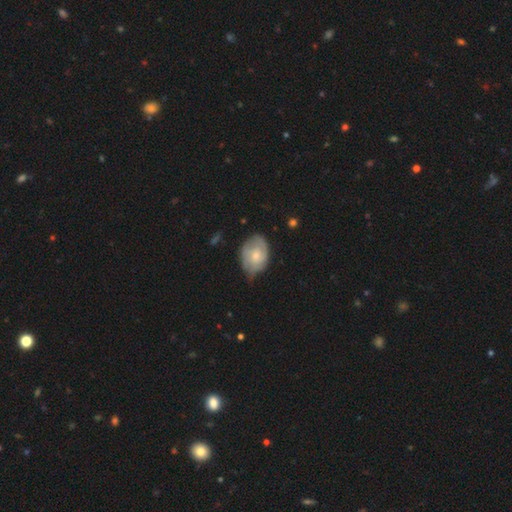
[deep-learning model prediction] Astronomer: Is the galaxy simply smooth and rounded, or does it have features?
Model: smooth — 50% (runner-up: featured or disk, 44%).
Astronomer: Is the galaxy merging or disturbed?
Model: none — 51% (runner-up: minor disturbance, 38%).